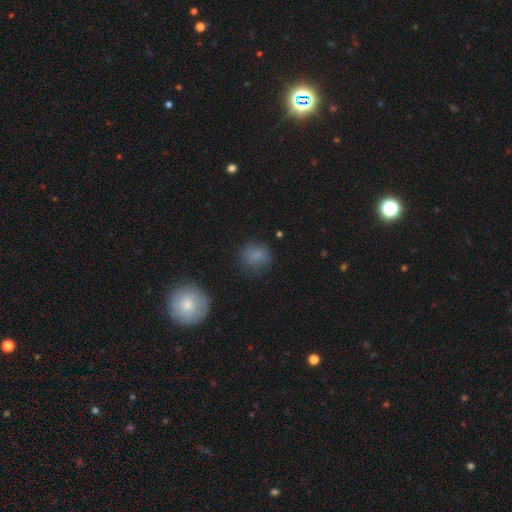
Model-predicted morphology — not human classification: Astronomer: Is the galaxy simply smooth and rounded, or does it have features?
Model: smooth — 79%.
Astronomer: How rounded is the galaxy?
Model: round — 74%.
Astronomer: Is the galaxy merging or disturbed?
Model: none — 75%.